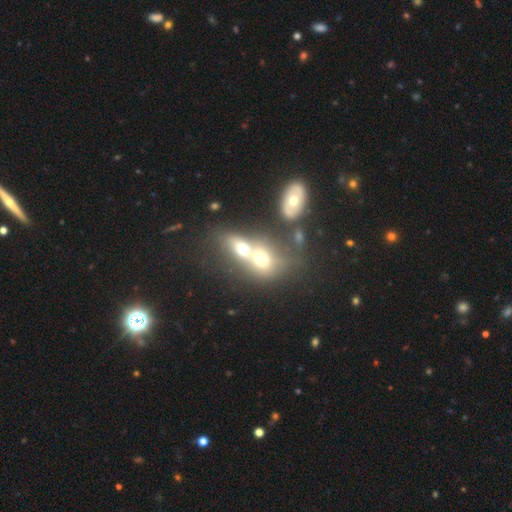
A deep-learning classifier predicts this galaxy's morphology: This is possibly a smooth galaxy (53%). How rounded: possibly in between (55%). Merging: likely merger (68%).